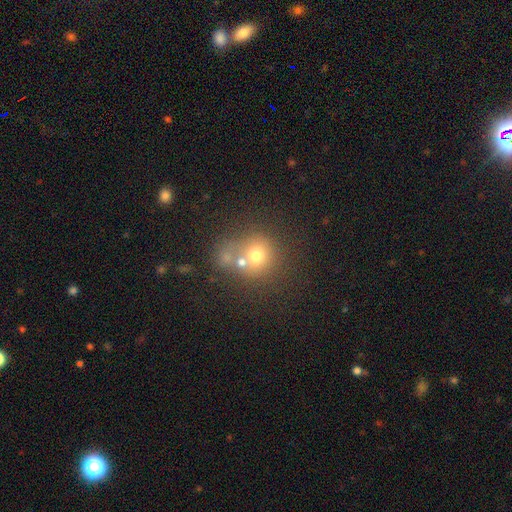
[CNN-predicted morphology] smooth 66%, featured or disk 19%, star or artifact 15%. Down the decision tree: how rounded — round (83%); merging — none (43%).